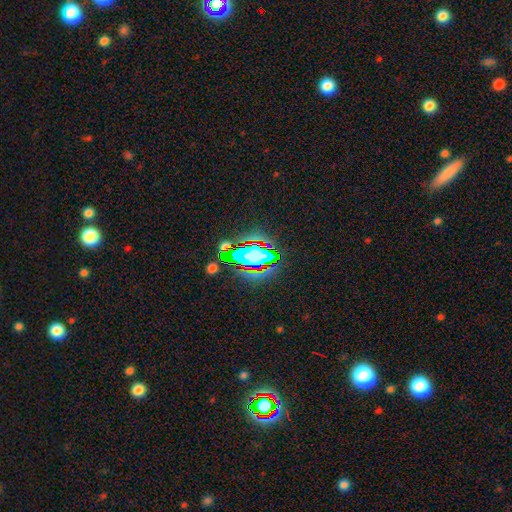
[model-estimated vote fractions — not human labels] A star or artifact, not a galaxy (50%).

Vote fractions:
- Smooth or featured? star or artifact: 50% / smooth: 29% / featured or disk: 20%